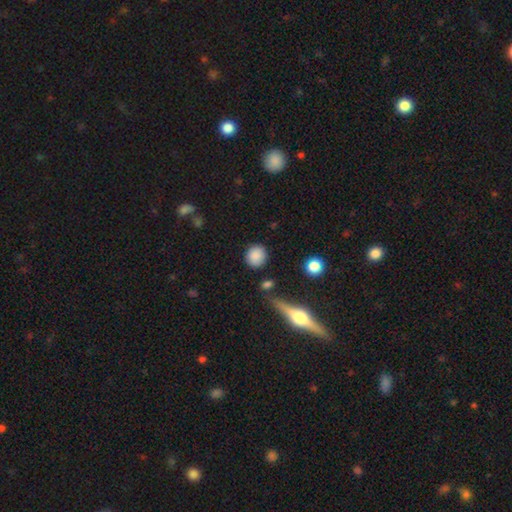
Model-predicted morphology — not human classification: This is clearly a smooth galaxy (86%). How rounded: clearly round (87%). Merging: clearly none (84%).